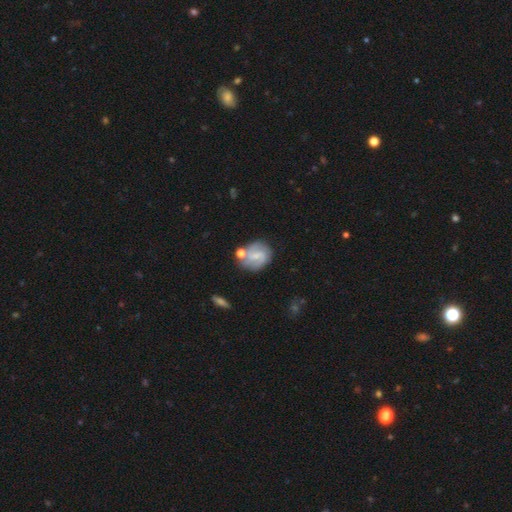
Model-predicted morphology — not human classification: smooth-or-featured: featured or disk: 64% | smooth: 28% | star or artifact: 7%
  disk-edge-on: no: 97% | yes: 3%
    bar: weak: 52% | no: 31% | strong: 17%
    has-spiral-arms: yes: 88% | no: 12%
      spiral-winding: medium: 46% | loose: 28% | tight: 25%
      spiral-arm-count: 2: 77% | can't tell: 12% | 3: 5% | 1: 3% | 4: 2% | more than 4: 1%
    bulge-size: small: 52% | none: 26% | moderate: 19% | large: 2% | dominant: 1%
  merging: none: 62% | minor disturbance: 17% | merger: 15% | major disturbance: 6%